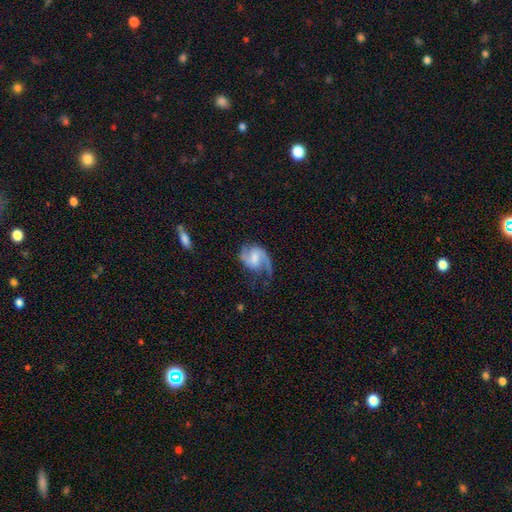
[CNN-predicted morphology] smooth-or-featured: featured or disk: 85% | smooth: 10% | star or artifact: 5%
  disk-edge-on: no: 98% | yes: 2%
    bar: weak: 52% | no: 31% | strong: 17%
    has-spiral-arms: yes: 96% | no: 4%
      spiral-winding: medium: 50% | loose: 36% | tight: 15%
      spiral-arm-count: 2: 85% | 1: 9% | can't tell: 3% | 3: 2% | 4: 1% | more than 4: 1%
    bulge-size: moderate: 36% | small: 29% | none: 23% | large: 10% | dominant: 2%
  merging: none: 63% | minor disturbance: 21% | major disturbance: 14% | merger: 2%